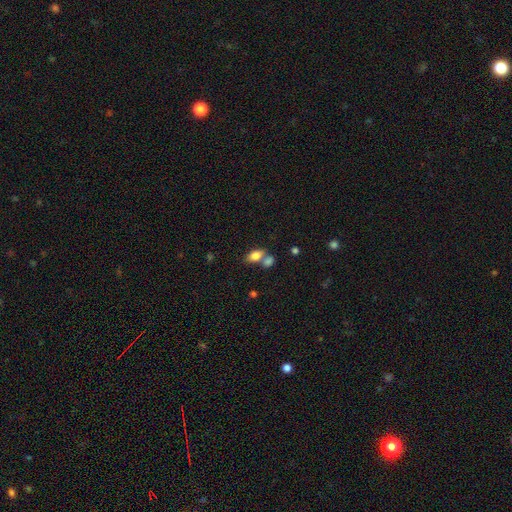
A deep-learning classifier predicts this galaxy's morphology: smooth 80%, featured or disk 11%, star or artifact 9%. Down the decision tree: how rounded — in between (88%); merging — merger (45%).